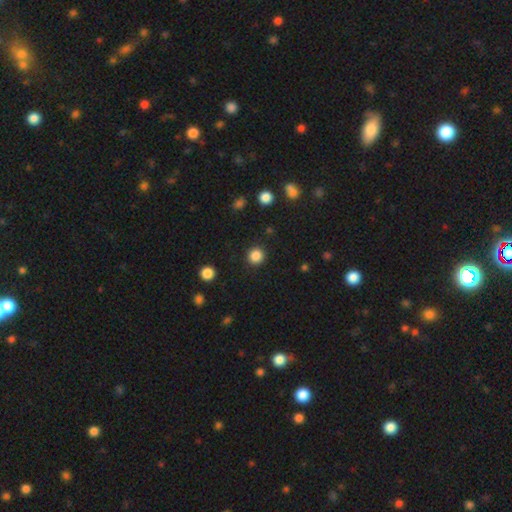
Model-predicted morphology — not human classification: This appears to be a smooth galaxy with no disk features (86%) that is round (92%). Merging: none (91%).